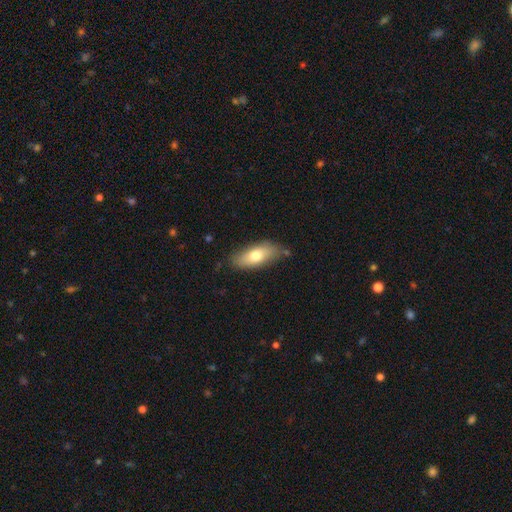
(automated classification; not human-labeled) smooth 71%, featured or disk 23%, star or artifact 6%. Down the decision tree: how rounded — in between (77%); merging — none (76%).